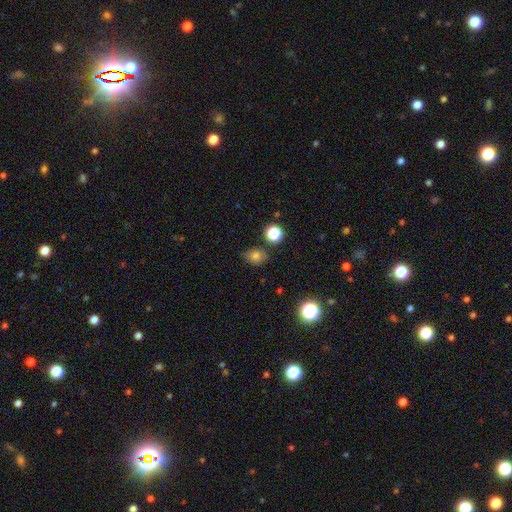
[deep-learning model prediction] smooth 74%, star or artifact 17%, featured or disk 9%. Down the decision tree: how rounded — round (54%); merging — none (71%).